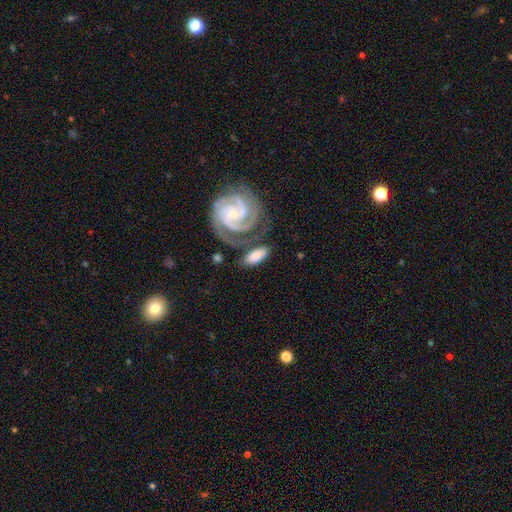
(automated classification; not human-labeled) Overall: featured or disk (50%; smooth 44%). Merging: none (62%).